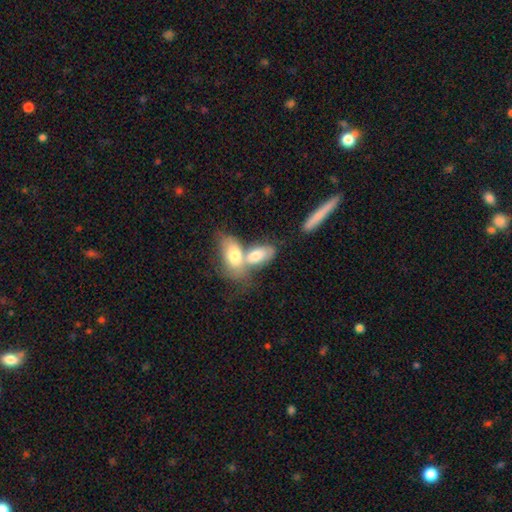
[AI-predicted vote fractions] Smooth or featured? smooth (69%)
How rounded? in between (90%)
Merging? merger (68%)